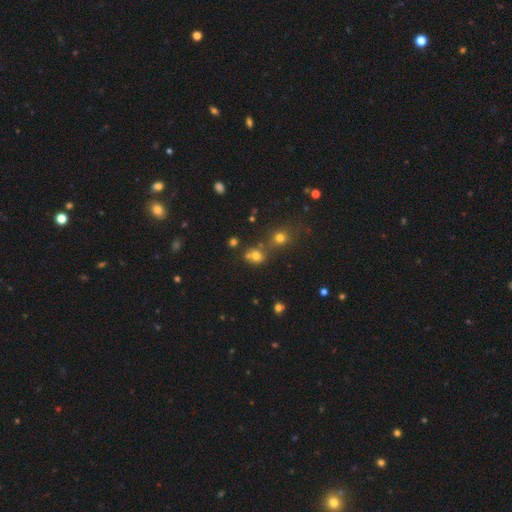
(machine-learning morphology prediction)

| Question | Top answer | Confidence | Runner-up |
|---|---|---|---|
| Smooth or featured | smooth | 70% | star or artifact (20%) |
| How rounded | round | 72% | in between (27%) |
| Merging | none | 49% | merger (35%) |